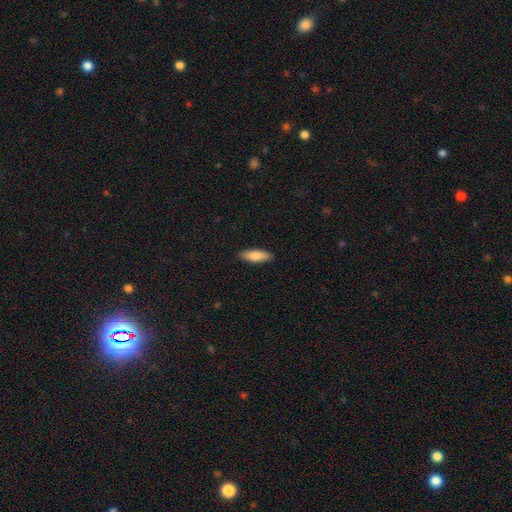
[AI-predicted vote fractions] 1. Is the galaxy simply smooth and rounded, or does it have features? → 82% smooth, 13% featured or disk, 6% star or artifact.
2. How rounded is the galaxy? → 51% in between, 47% cigar-shaped, 2% round.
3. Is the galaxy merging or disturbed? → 90% none, 8% minor disturbance, 2% major disturbance, 1% merger.